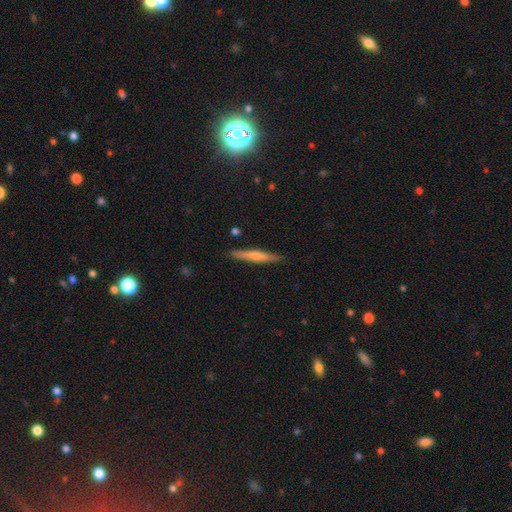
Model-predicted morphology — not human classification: Smooth or featured?
  - smooth: 51% *
  - featured or disk: 43%
  - star or artifact: 6%
How rounded?
  - cigar-shaped: 93% *
  - in between: 6%
  - round: 2%
Merging?
  - none: 88% *
  - minor disturbance: 9%
  - major disturbance: 2%
  - merger: 1%